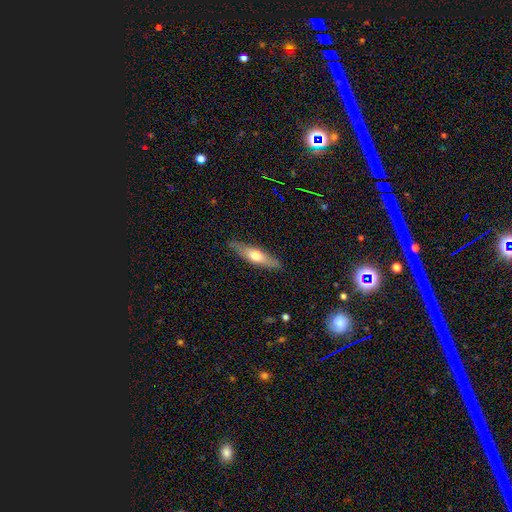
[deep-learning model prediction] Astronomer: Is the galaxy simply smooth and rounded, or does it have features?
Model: smooth — 53% (runner-up: featured or disk, 41%).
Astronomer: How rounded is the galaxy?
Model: cigar-shaped — 71%.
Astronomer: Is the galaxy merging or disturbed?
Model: none — 87%.